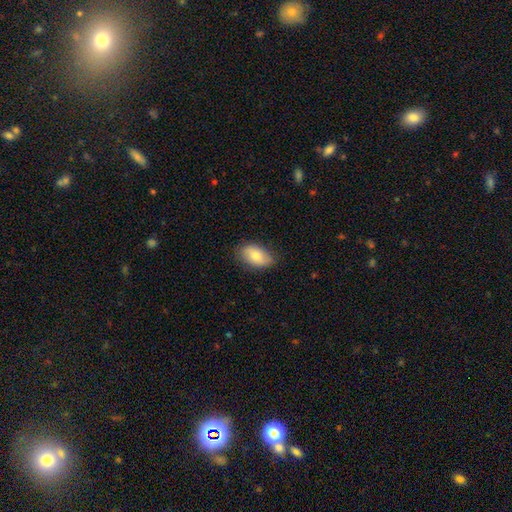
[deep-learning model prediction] Smooth or featured: smooth — 74% (featured or disk — 19%)
How rounded: in between — 91% (round — 7%)
Merging: none — 80% (minor disturbance — 16%)